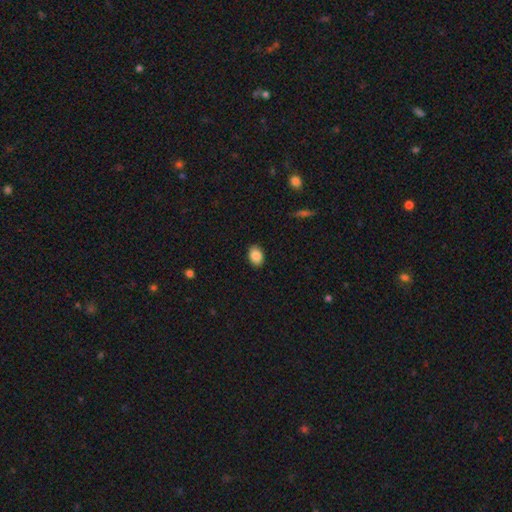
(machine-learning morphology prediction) smooth_or_featured: smooth (p=0.87) [alt: star or artifact p=0.07]
how_rounded: in between (p=0.80) [alt: round p=0.19]
merging: none (p=0.89) [alt: minor disturbance p=0.08]